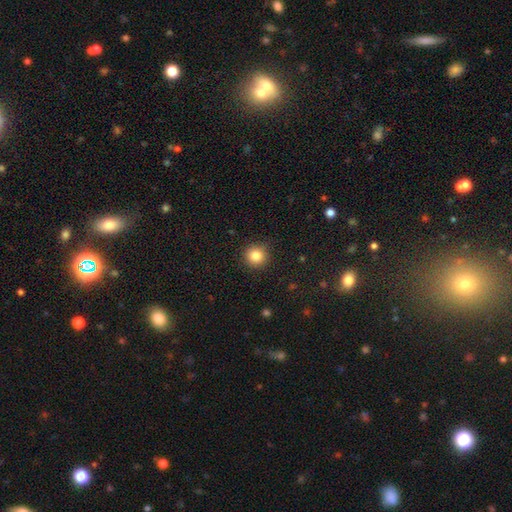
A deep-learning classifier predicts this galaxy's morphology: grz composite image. It shows a smooth galaxy with no disk features (84%) that is round (93%). Merging: none (89%).